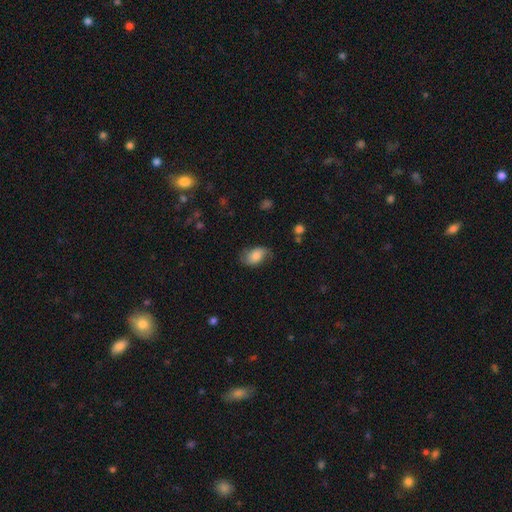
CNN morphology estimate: A smooth galaxy with no disk features (64%) that is in between round and cigar-shaped (89%). Merging: none (60%).